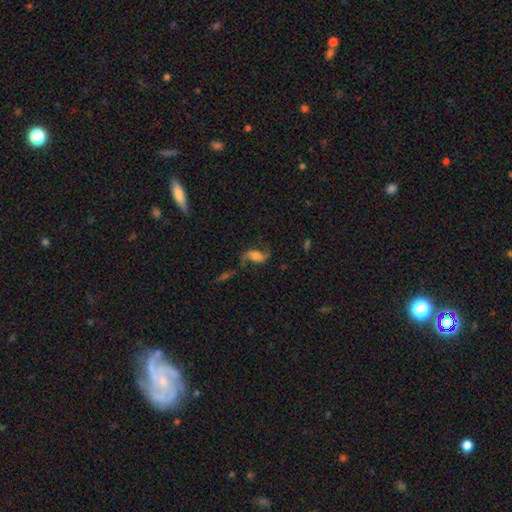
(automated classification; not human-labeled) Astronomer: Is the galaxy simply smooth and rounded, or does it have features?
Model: featured or disk — 79%.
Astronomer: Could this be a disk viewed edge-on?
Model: no — 95%.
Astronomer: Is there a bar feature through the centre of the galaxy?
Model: no — 46% (runner-up: weak, 38%).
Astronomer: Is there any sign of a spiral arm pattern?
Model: yes — 95%.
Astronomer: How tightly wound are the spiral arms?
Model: loose — 81%.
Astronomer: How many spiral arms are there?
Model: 2 — 91%.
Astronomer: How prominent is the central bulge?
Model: moderate — 29% (runner-up: large, 25%).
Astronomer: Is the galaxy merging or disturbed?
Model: none — 67%.